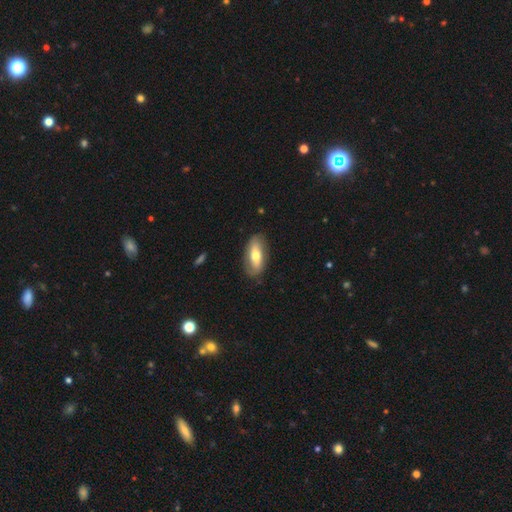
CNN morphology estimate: smooth 53%, featured or disk 41%, star or artifact 6%. Down the decision tree: how rounded — in between (82%); merging — none (81%).